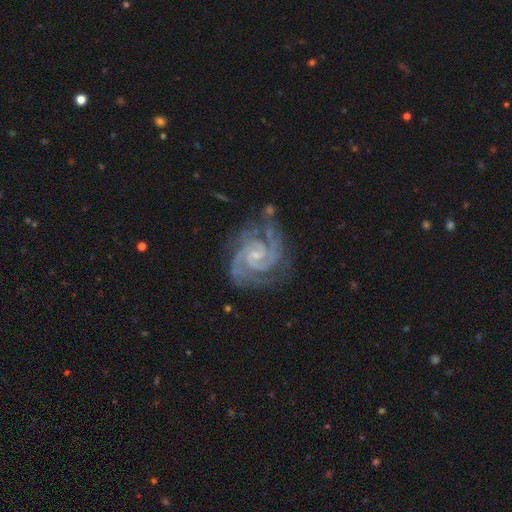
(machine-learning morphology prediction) This is clearly a featured or disk galaxy (93%). It is clearly not viewed edge-on (98%). Bar: possibly no (46%). Spiral arm pattern: clearly yes (99%). Spiral arm count: likely 2 (60%). Spiral winding: likely tight (64%). Central bulge: likely small (73%). Merging: likely none (71%).